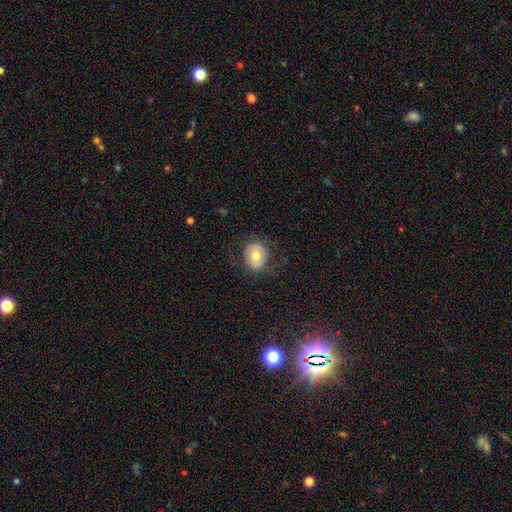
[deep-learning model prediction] Smooth or featured? smooth (65%)
How rounded? round (61%)
Merging? none (76%)